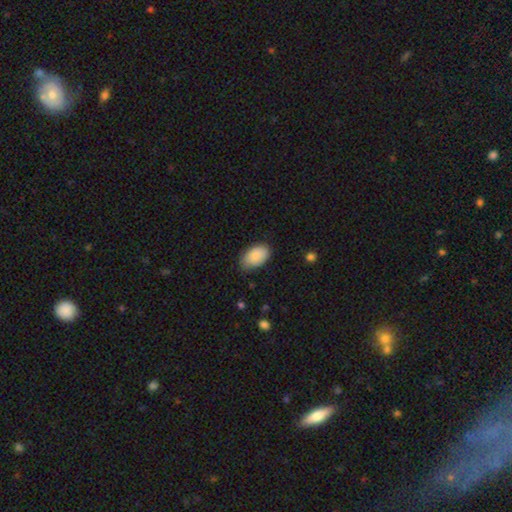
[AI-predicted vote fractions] A smooth galaxy with no disk features (85%) that is in between round and cigar-shaped (93%).

Vote fractions:
- Smooth or featured? smooth: 85% / featured or disk: 9% / star or artifact: 6%
- How rounded? in between: 93% / round: 5% / cigar-shaped: 1%
- Merging? none: 73% / minor disturbance: 23% / major disturbance: 4% / merger: 1%